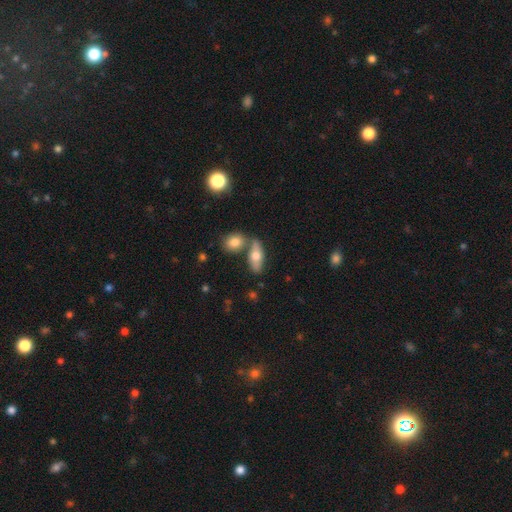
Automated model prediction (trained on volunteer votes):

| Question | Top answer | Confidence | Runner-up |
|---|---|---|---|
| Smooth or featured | smooth | 64% | featured or disk (29%) |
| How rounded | in between | 71% | cigar-shaped (24%) |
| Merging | none | 58% | merger (26%) |